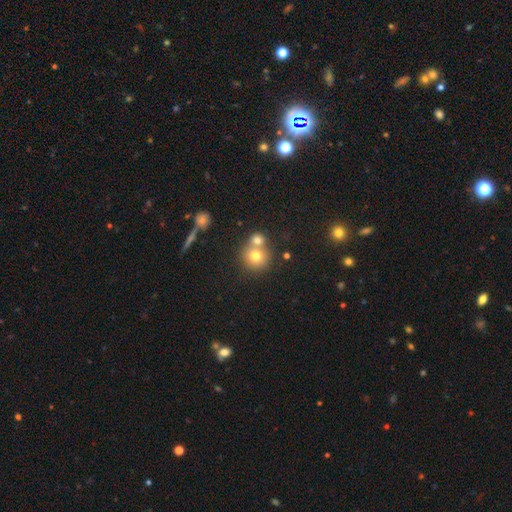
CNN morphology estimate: A smooth galaxy with no disk features (73%) that is round (89%). Merging: none (48%).